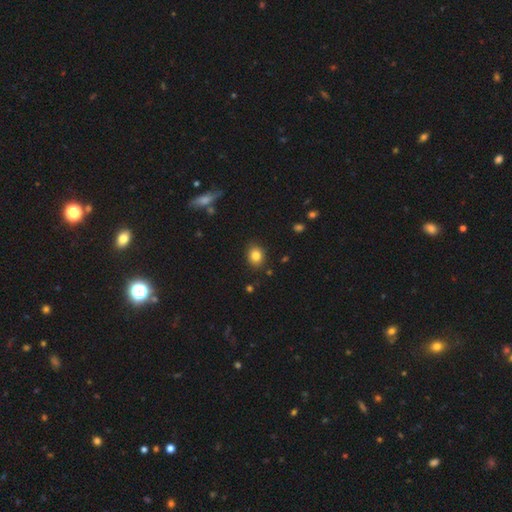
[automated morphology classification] Smooth or featured? Predicted: smooth (p=0.83). How rounded? Predicted: round (p=0.55). Merging? Predicted: none (p=0.87).